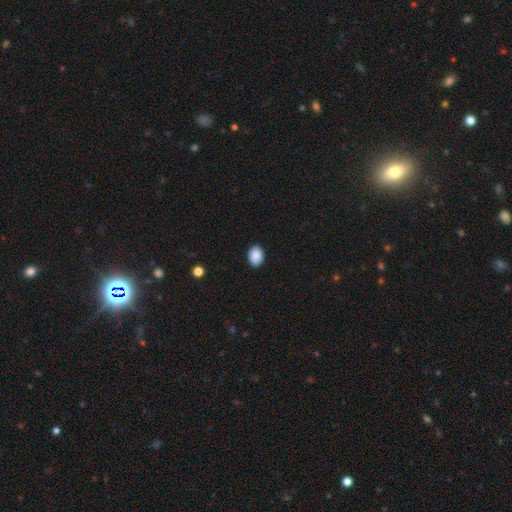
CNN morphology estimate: This appears to be a smooth galaxy with no disk features (90%) that is in between round and cigar-shaped (76%). Merging: none (90%).